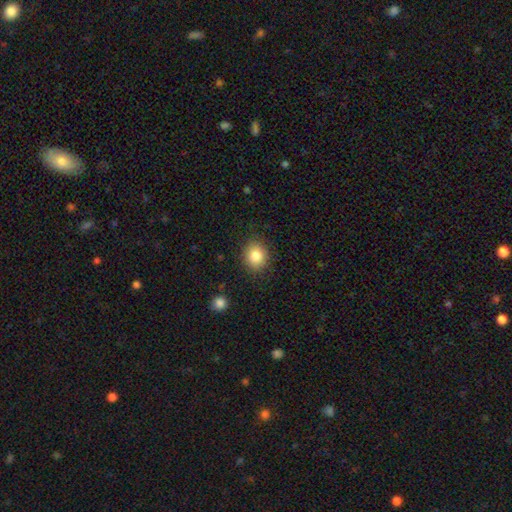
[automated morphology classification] smooth_or_featured: smooth (p=0.83) [alt: star or artifact p=0.09]
how_rounded: round (p=0.65) [alt: in between p=0.34]
merging: none (p=0.87) [alt: minor disturbance p=0.09]